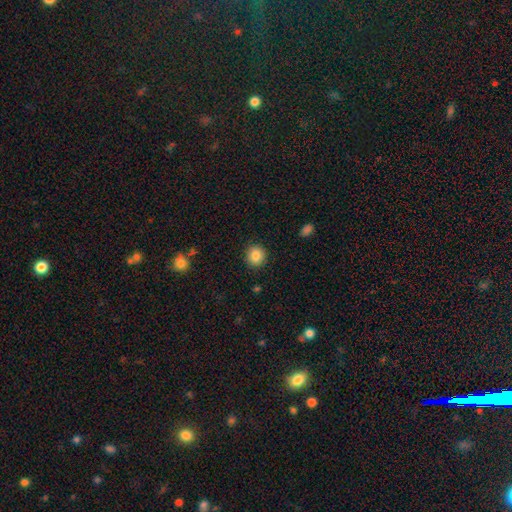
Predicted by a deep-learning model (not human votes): This appears to be a smooth galaxy with no disk features (85%) that is round (89%). Merging: none (90%).